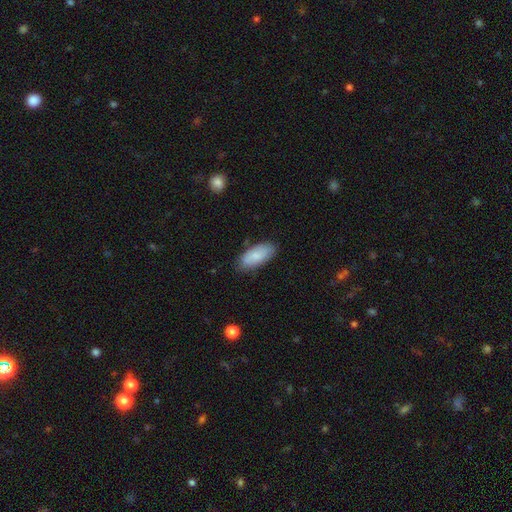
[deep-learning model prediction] Morphology: type=smooth (81%); roundness=in between (89%); merging=none (80%).